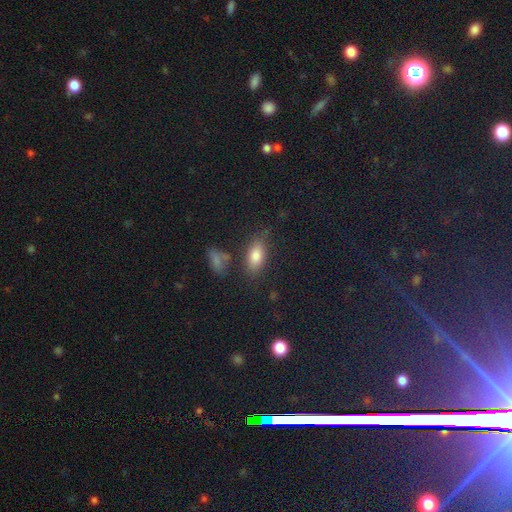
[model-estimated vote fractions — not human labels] A smooth galaxy with no disk features (79%) that is in between round and cigar-shaped (87%). Merging: none (74%).